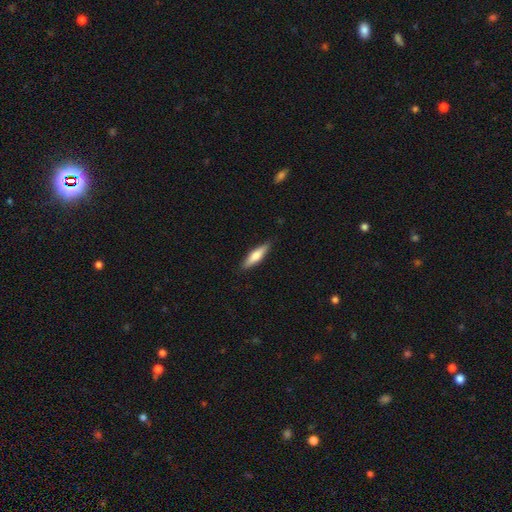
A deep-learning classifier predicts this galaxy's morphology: Smooth or featured? Predicted: smooth (p=0.67). How rounded? Predicted: cigar-shaped (p=0.69). Merging? Predicted: none (p=0.88).